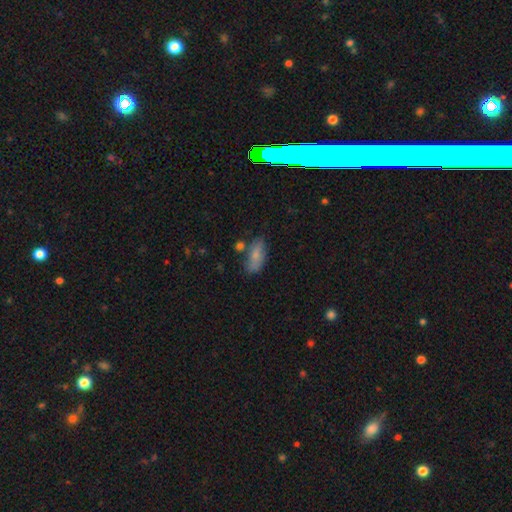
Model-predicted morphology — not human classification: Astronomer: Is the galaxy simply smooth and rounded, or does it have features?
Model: smooth — 76%.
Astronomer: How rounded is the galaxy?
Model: in between — 83%.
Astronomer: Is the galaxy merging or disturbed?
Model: none — 60%.